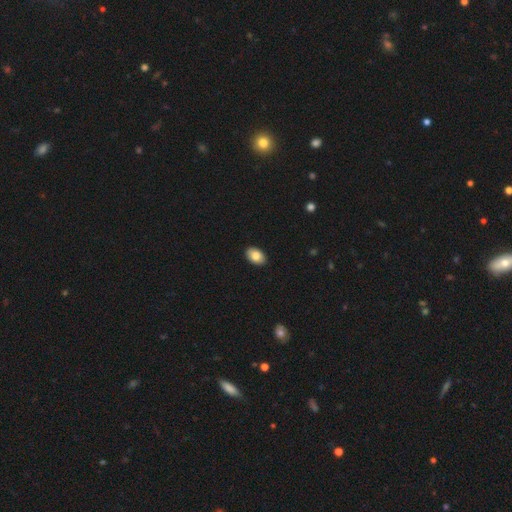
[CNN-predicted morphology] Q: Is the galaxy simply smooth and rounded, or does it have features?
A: smooth — 84%.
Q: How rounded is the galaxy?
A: in between — 89%.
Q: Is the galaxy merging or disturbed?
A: none — 91%.